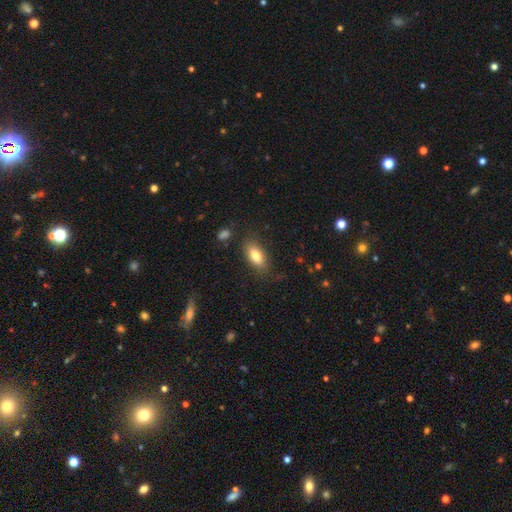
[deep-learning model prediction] smooth_or_featured: smooth (p=0.77) [alt: featured or disk p=0.15]
how_rounded: in between (p=0.85) [alt: cigar-shaped p=0.11]
merging: none (p=0.80) [alt: minor disturbance p=0.14]